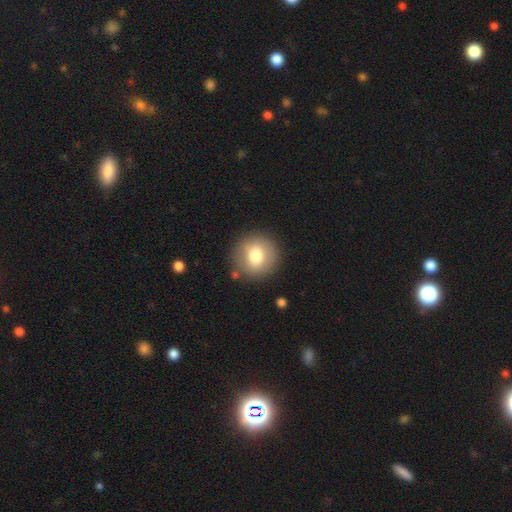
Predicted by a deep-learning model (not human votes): Q: Smooth or featured?
A: smooth (76%); runner-up: featured or disk (16%)
Q: How rounded?
A: round (92%); runner-up: in between (7%)
Q: Merging?
A: none (87%); runner-up: minor disturbance (8%)